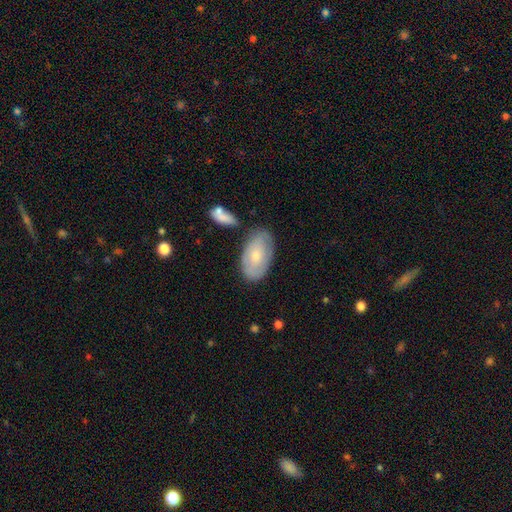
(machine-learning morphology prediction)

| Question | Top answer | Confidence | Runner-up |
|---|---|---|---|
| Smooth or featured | smooth | 56% | featured or disk (38%) |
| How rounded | in between | 93% | round (5%) |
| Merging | none | 67% | minor disturbance (20%) |